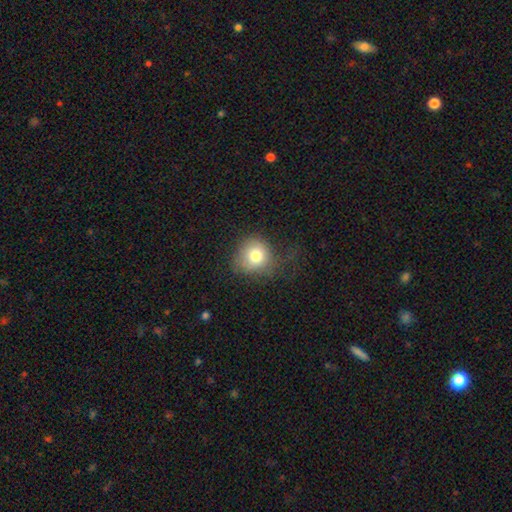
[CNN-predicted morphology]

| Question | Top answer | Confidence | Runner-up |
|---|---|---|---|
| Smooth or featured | smooth | 76% | featured or disk (13%) |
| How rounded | round | 80% | in between (19%) |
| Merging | none | 53% | minor disturbance (27%) |